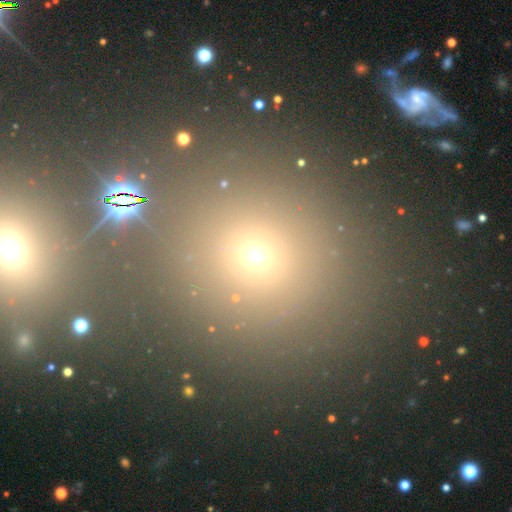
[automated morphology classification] type=smooth (59%); roundness=round (82%); merging=none (76%).